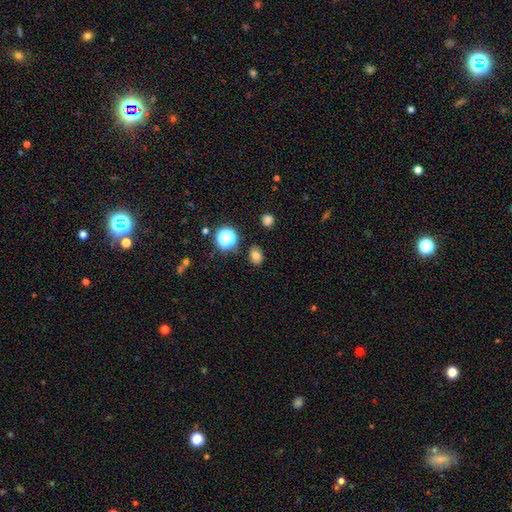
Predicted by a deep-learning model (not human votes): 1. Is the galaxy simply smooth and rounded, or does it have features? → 75% smooth, 17% star or artifact, 8% featured or disk.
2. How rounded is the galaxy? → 56% in between, 43% round, 1% cigar-shaped.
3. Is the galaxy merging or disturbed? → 84% none, 10% minor disturbance, 3% major disturbance, 3% merger.